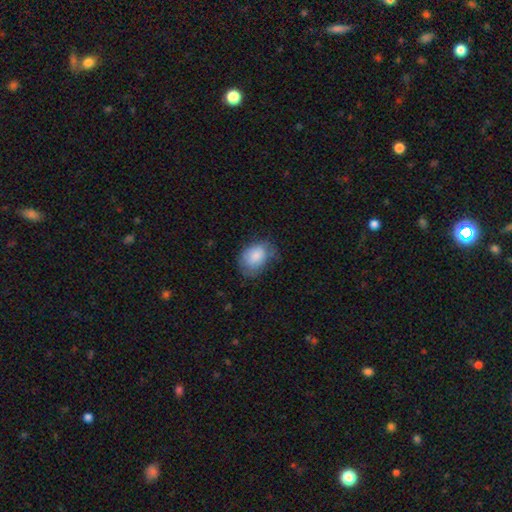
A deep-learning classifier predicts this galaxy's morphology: Overall: smooth (82%). How rounded: in between (79%). Merging: none (51%; minor disturbance 34%).